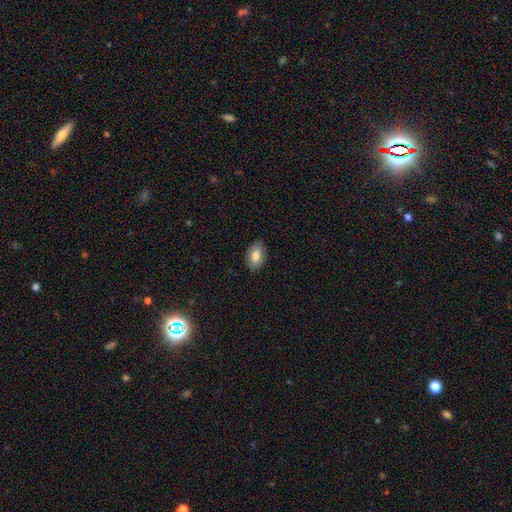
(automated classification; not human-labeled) smooth_or_featured: smooth (p=0.79) [alt: featured or disk p=0.14]
how_rounded: in between (p=0.91) [alt: round p=0.07]
merging: none (p=0.86) [alt: minor disturbance p=0.11]